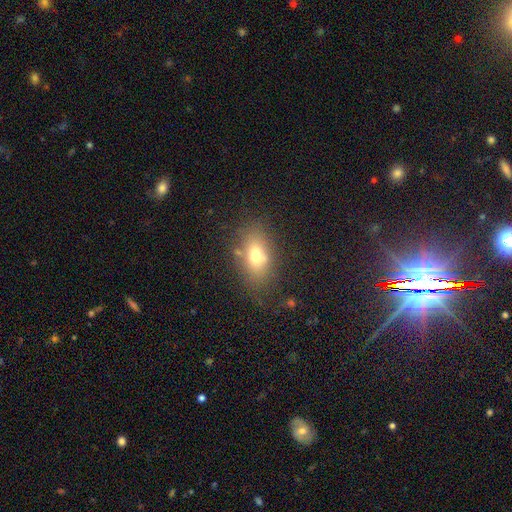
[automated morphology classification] smooth-or-featured: smooth: 71% | featured or disk: 17% | star or artifact: 12%
  how-rounded: in between: 83% | round: 13% | cigar-shaped: 5%
  merging: none: 74% | minor disturbance: 16% | major disturbance: 6% | merger: 4%